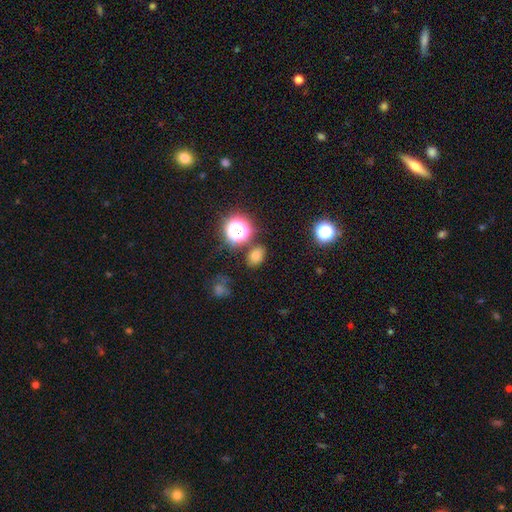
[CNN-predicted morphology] Smooth or featured? Predicted: smooth (p=0.73). How rounded? Predicted: in between (p=0.64). Merging? Predicted: none (p=0.79).